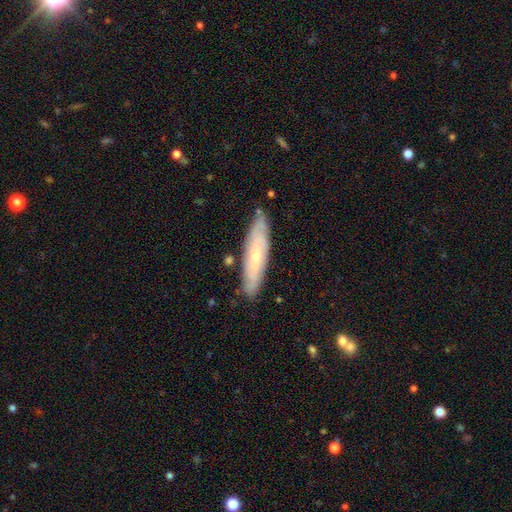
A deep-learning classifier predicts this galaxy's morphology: Q: Smooth or featured?
A: featured or disk (63%); runner-up: smooth (31%)
Q: Edge-on disk?
A: no (61%); runner-up: yes (39%)
Q: Merging?
A: none (82%); runner-up: minor disturbance (14%)